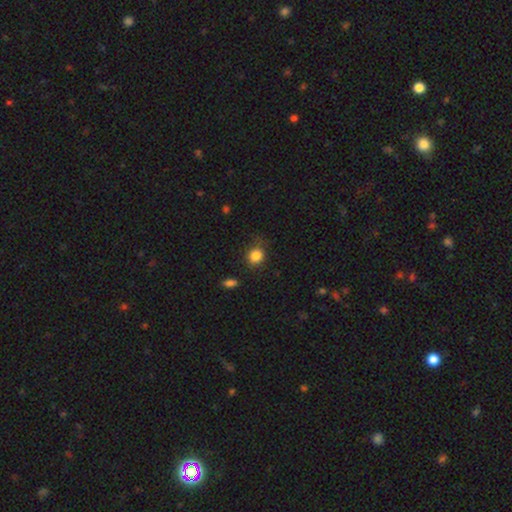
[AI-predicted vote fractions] A smooth galaxy with no disk features (85%) that is round (75%). Merging: none (73%).